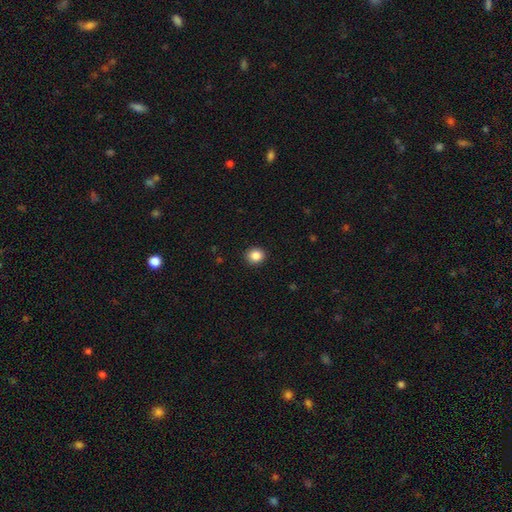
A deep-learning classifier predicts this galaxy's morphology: Q: Smooth or featured?
A: smooth (86%); runner-up: star or artifact (10%)
Q: How rounded?
A: round (81%); runner-up: in between (18%)
Q: Merging?
A: none (92%); runner-up: minor disturbance (6%)